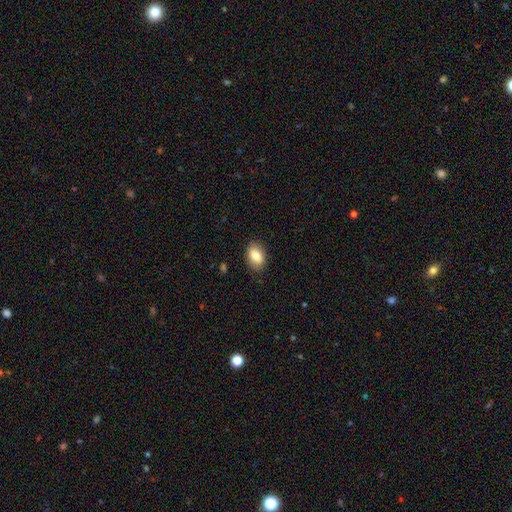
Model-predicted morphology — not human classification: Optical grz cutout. It shows a smooth galaxy with no disk features (84%) that is in between round and cigar-shaped (87%). Merging: none (86%).